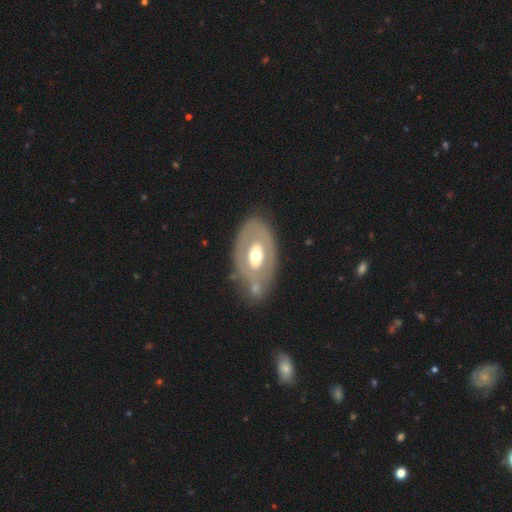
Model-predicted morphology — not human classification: A featured or disk galaxy (55%) with no bar (82%), no spiral arms (91%) and a moderate central bulge (65%).

Vote fractions:
- Smooth or featured? featured or disk: 55% / smooth: 40% / star or artifact: 5%
- Edge-on disk? no: 91% / yes: 9%
- Bar? no: 82% / weak: 12% / strong: 6%
- Spiral arms? no: 91% / yes: 9%
- Bulge size? moderate: 65% / large: 25% / small: 7% / dominant: 2% / none: 1%
- Merging? none: 63% / minor disturbance: 17% / merger: 11% / major disturbance: 8%